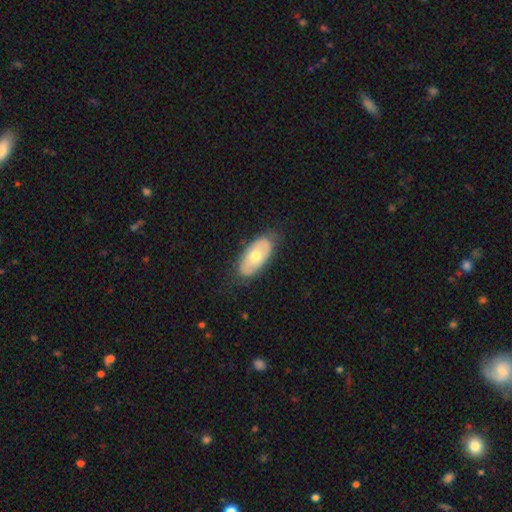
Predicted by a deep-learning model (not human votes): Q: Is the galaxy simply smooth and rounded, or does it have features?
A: smooth — 54%.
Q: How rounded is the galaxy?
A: in between — 92%.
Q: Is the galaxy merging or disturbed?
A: none — 78%.